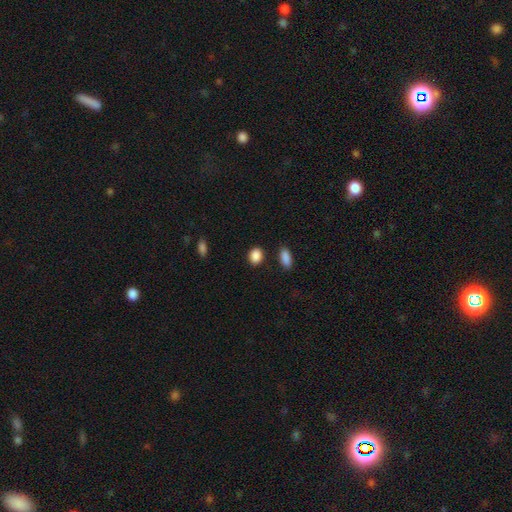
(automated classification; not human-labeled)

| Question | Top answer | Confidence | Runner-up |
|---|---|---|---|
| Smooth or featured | smooth | 89% | star or artifact (8%) |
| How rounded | in between | 59% | round (39%) |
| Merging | none | 86% | minor disturbance (8%) |